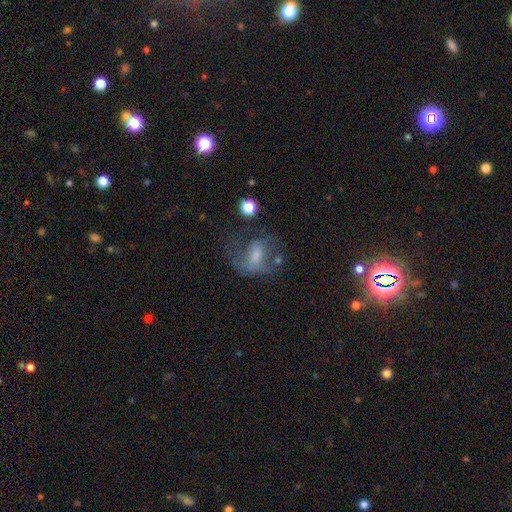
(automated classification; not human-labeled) smooth-or-featured: featured or disk: 48% | smooth: 34% | star or artifact: 18%
  merging: none: 42% | major disturbance: 32% | minor disturbance: 21% | merger: 5%